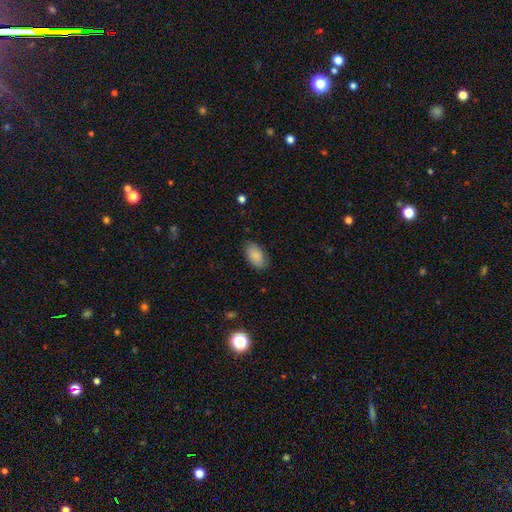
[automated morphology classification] Smooth or featured? smooth (86%)
How rounded? in between (94%)
Merging? none (83%)